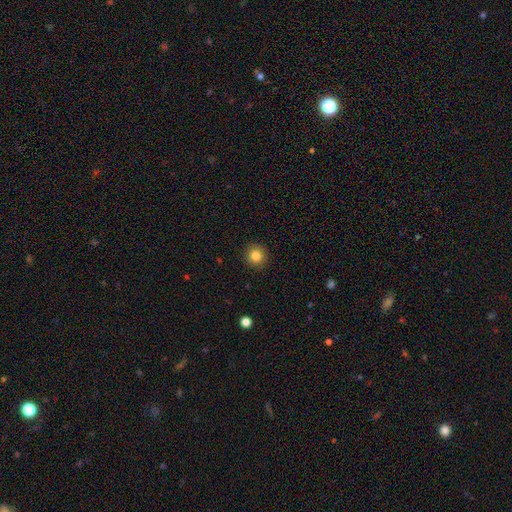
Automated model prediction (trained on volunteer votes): This appears to be a smooth galaxy with no disk features (84%) that is round (93%). Merging: none (91%).